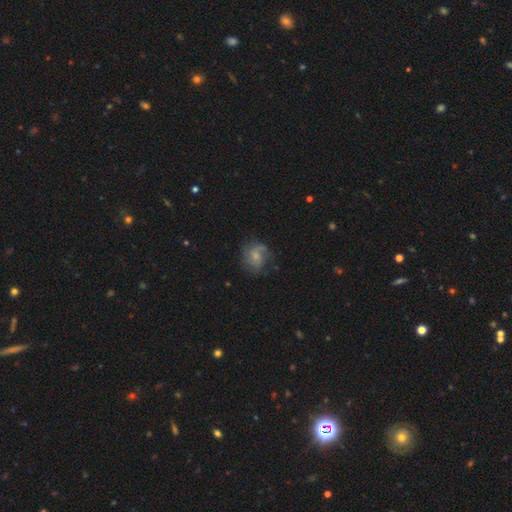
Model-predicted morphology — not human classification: Smooth or featured? Predicted: featured or disk (p=0.51). Edge-on disk? Predicted: no (p=0.97). Merging? Predicted: none (p=0.56).